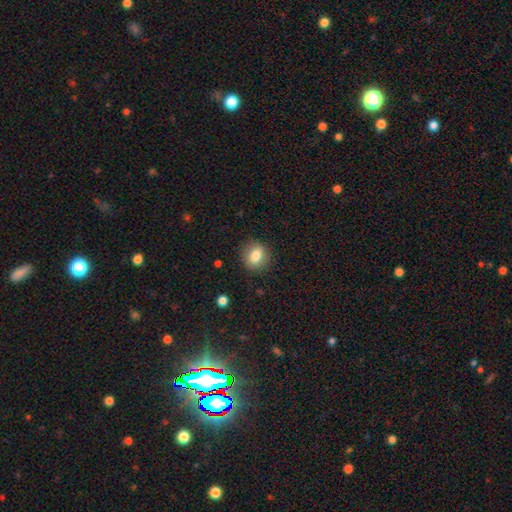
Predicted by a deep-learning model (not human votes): This appears to be a smooth galaxy with no disk features (81%) that is round (69%). Merging: none (87%).